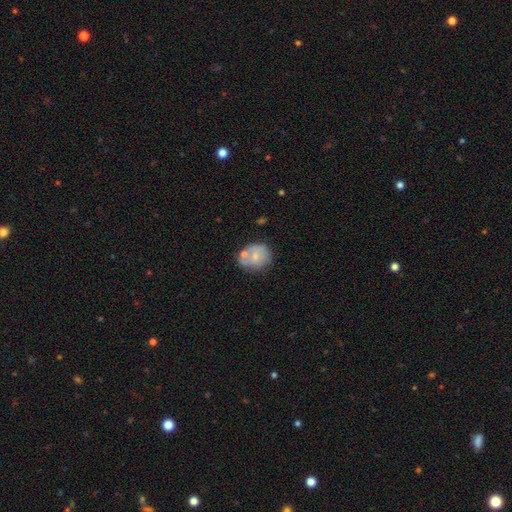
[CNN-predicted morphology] Overall: smooth (58%; featured or disk 34%). How rounded: round (66%; in between 33%). Merging: none (50%; minor disturbance 23%).